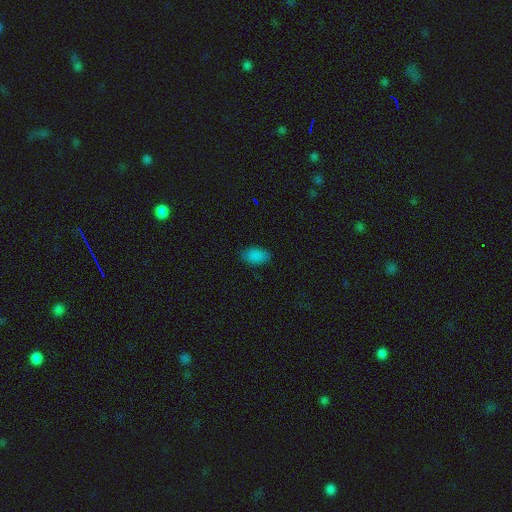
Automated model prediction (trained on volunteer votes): smooth_or_featured: smooth (p=0.85) [alt: star or artifact p=0.11]
how_rounded: in between (p=0.93) [alt: round p=0.06]
merging: none (p=0.84) [alt: minor disturbance p=0.12]